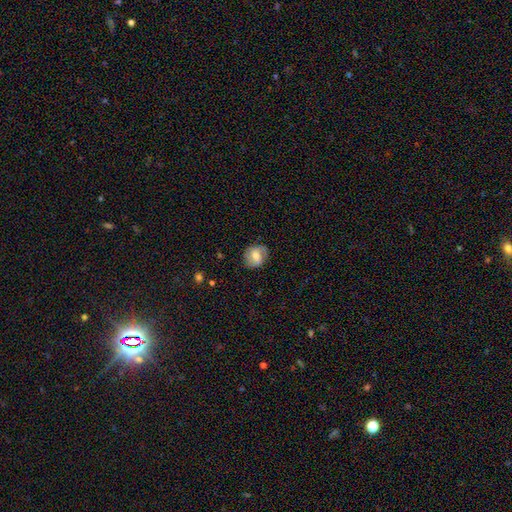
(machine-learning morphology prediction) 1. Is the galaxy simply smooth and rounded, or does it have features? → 52% smooth, 40% featured or disk, 8% star or artifact.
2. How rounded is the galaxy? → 74% round, 25% in between, 1% cigar-shaped.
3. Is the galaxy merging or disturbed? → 73% none, 20% minor disturbance, 6% major disturbance, 1% merger.